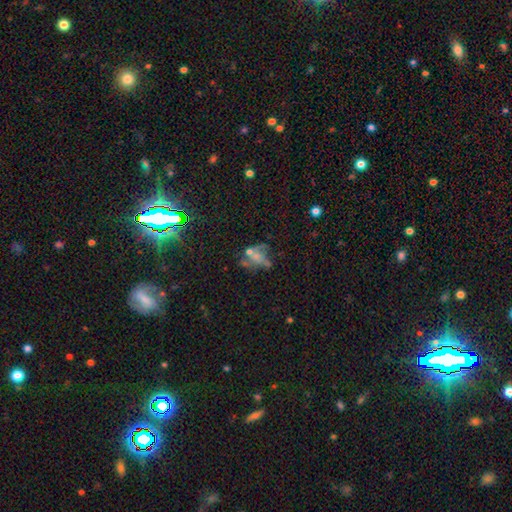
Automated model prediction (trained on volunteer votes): smooth_or_featured: star or artifact (p=0.37) [tied with: featured or disk p=0.37]